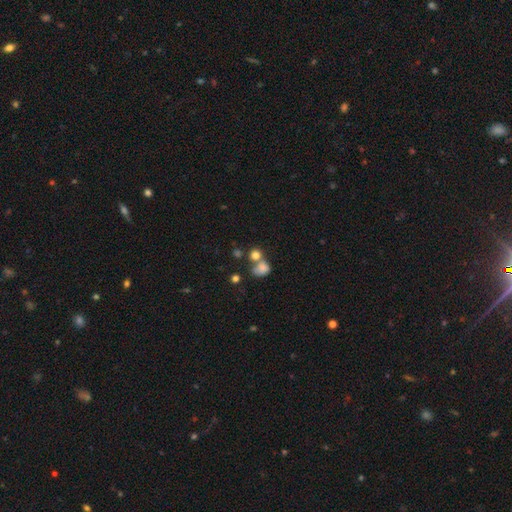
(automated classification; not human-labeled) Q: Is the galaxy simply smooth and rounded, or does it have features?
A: smooth — 77%.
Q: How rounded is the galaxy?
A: round — 76%.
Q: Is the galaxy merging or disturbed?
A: merger — 43%.